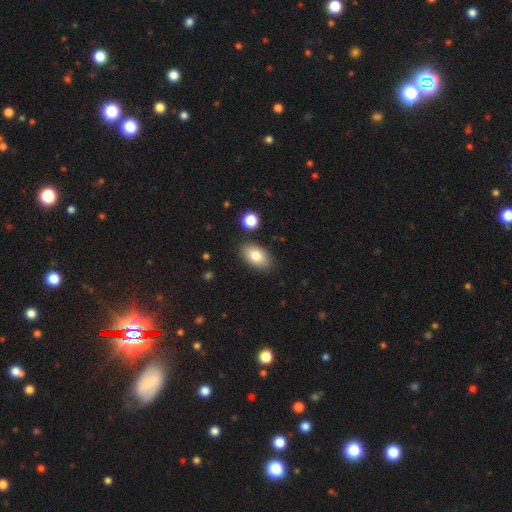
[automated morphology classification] The model was most divided on "smooth or featured": smooth: 82%, featured or disk: 11%, star or artifact: 7%. More confident: how rounded — in between (92%); merging — none (85%).